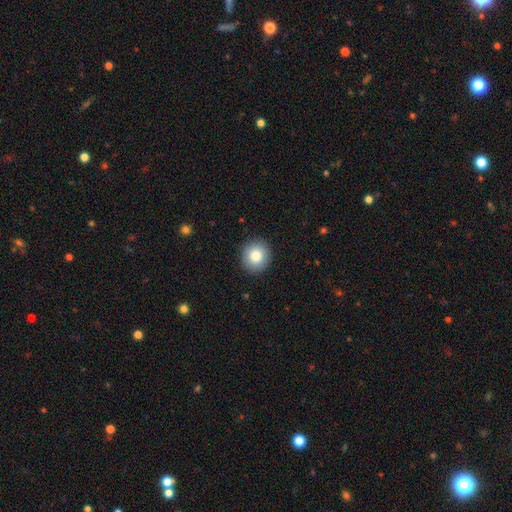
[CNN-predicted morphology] A smooth galaxy with no disk features (83%) that is round (90%).

Vote fractions:
- Smooth or featured? smooth: 83% / star or artifact: 9% / featured or disk: 9%
- How rounded? round: 90% / in between: 9% / cigar-shaped: 1%
- Merging? none: 91% / minor disturbance: 6% / major disturbance: 2% / merger: 1%